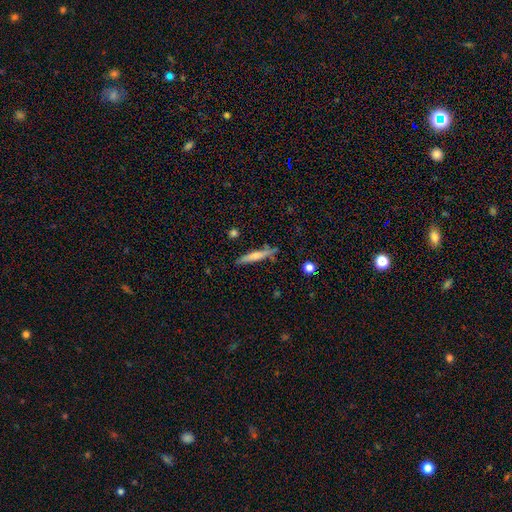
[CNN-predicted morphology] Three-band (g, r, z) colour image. It shows a smooth galaxy with no disk features (56%) that is cigar-shaped (92%). Merging: none (79%).